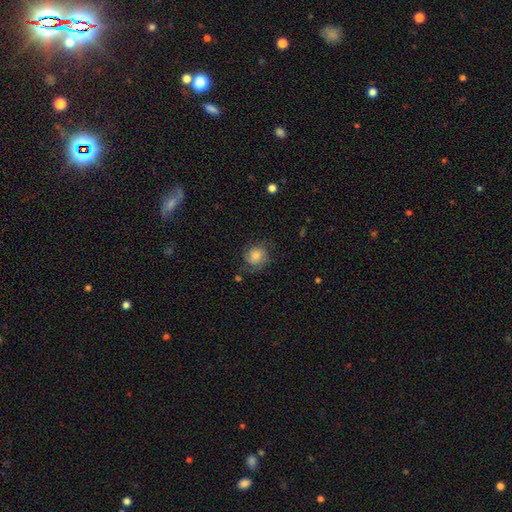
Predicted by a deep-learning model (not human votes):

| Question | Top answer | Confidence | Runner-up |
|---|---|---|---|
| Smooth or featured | smooth | 54% | featured or disk (36%) |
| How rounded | round | 75% | in between (24%) |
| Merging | none | 64% | minor disturbance (23%) |